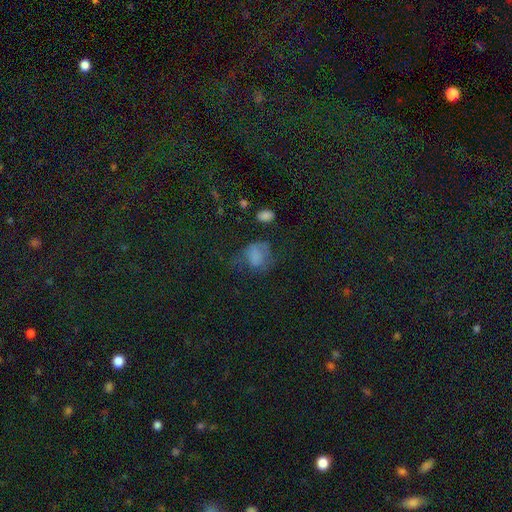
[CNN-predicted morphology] The model was most divided on "how rounded": round: 50%, in between: 48%, cigar-shaped: 1%. Remaining: smooth or featured — smooth (65%); merging — none (36%).